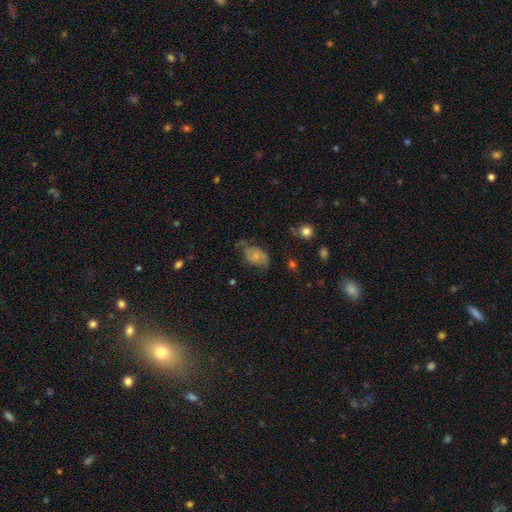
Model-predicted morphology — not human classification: This is possibly a featured or disk galaxy (47%). Merging: possibly none (48%).